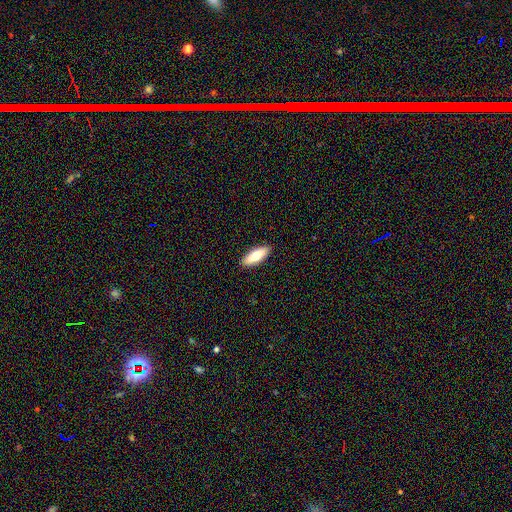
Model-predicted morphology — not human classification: smooth-or-featured: smooth: 73% | featured or disk: 21% | star or artifact: 6%
  how-rounded: in between: 62% | cigar-shaped: 36% | round: 2%
  merging: none: 91% | minor disturbance: 7% | major disturbance: 2% | merger: 1%